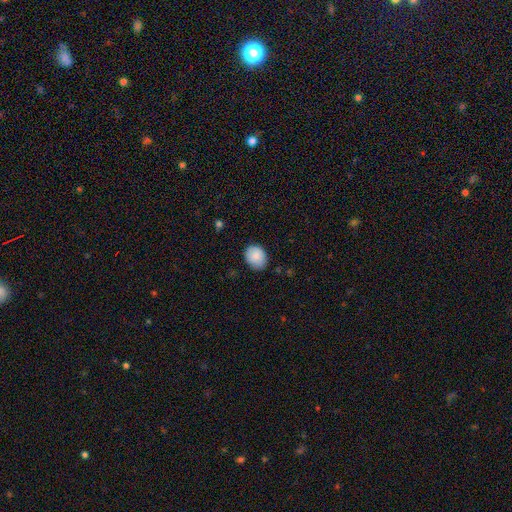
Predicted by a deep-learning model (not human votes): Morphology: type=smooth (87%); roundness=round (53%); merging=none (78%).